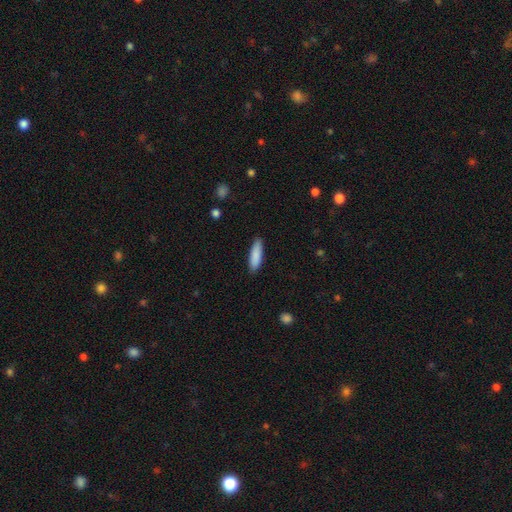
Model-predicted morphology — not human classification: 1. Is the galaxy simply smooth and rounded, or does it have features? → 88% smooth, 7% featured or disk, 6% star or artifact.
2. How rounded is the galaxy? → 61% cigar-shaped, 38% in between, 1% round.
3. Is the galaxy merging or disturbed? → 88% none, 9% minor disturbance, 2% major disturbance, 1% merger.